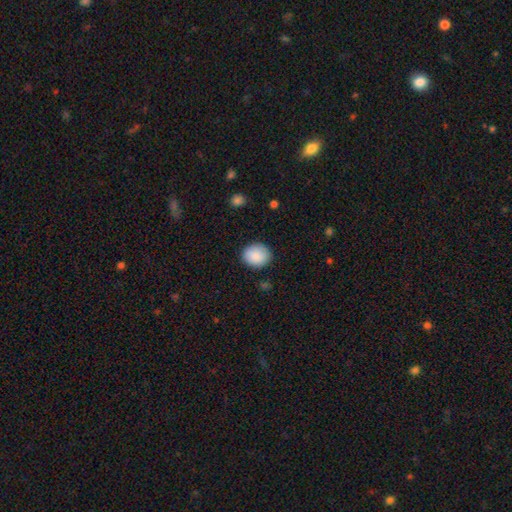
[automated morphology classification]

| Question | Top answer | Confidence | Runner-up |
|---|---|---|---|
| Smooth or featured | smooth | 89% | star or artifact (7%) |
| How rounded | round | 68% | in between (31%) |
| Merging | none | 87% | minor disturbance (10%) |